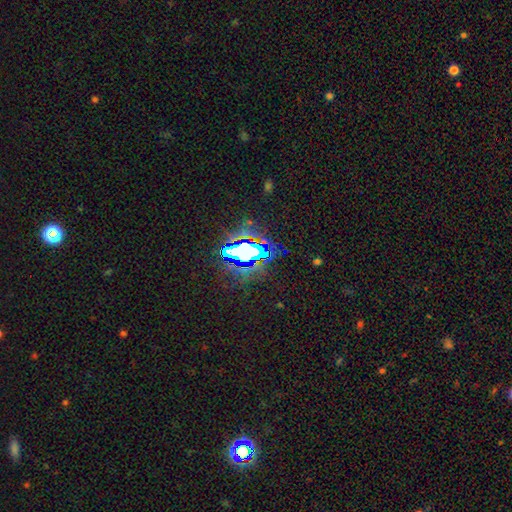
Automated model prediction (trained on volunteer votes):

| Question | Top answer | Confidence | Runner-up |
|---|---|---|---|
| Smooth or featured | star or artifact | 71% | smooth (17%) |